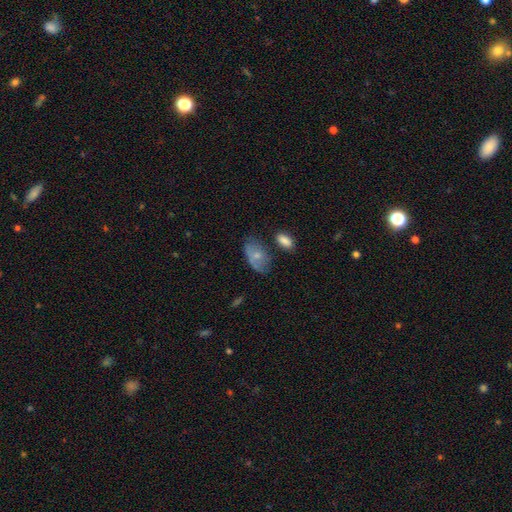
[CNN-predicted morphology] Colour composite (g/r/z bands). It shows a smooth galaxy with no disk features (64%) that is in between round and cigar-shaped (90%). Merging: none (49%).